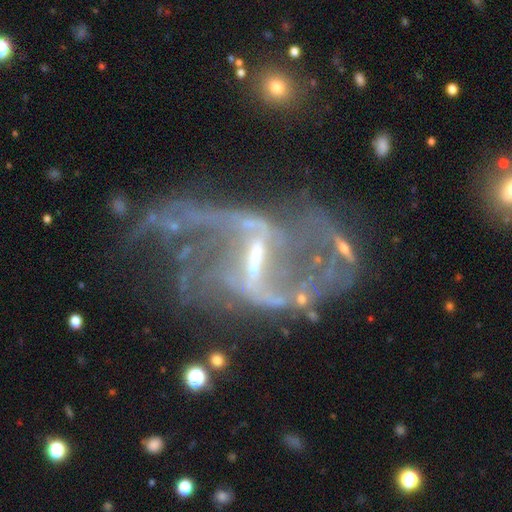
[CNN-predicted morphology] featured or disk 88%, star or artifact 8%, smooth 4%. Down the decision tree: edge-on disk — no (97%); bar — strong (53%); spiral arms — yes (89%); spiral arm count — 2 (76%); spiral winding — loose (79%); bulge size — small (54%); merging — major disturbance (41%).